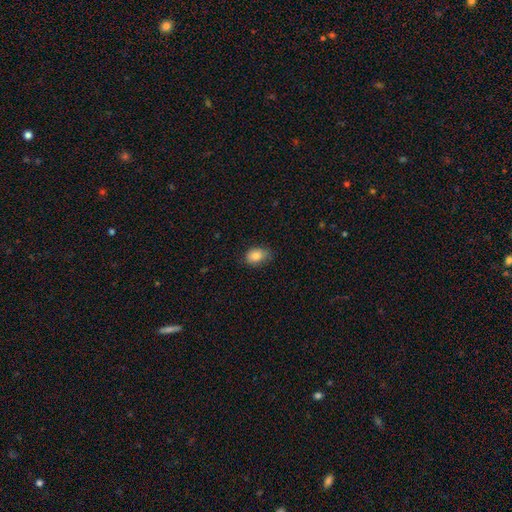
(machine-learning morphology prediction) The model was most divided on "merging": none: 73%, minor disturbance: 22%, major disturbance: 4%, merger: 1%. More confident: smooth or featured — smooth (84%); how rounded — in between (77%).